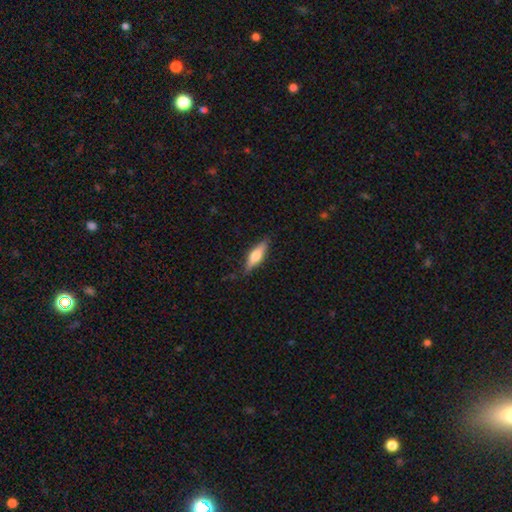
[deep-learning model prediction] The model was most divided on "smooth or featured" (2-way tie): featured or disk: 47%, smooth: 47%, star or artifact: 6%. More confident: merging — none (85%).